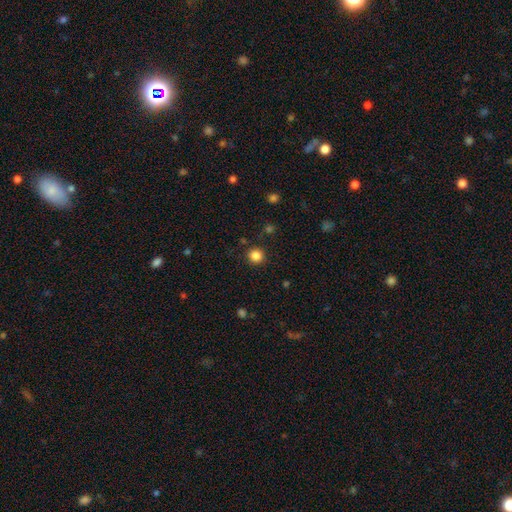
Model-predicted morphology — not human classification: Smooth or featured?
  - smooth: 84% *
  - star or artifact: 12%
  - featured or disk: 4%
How rounded?
  - round: 91% *
  - in between: 8%
  - cigar-shaped: 1%
Merging?
  - none: 89% *
  - minor disturbance: 7%
  - major disturbance: 3%
  - merger: 2%